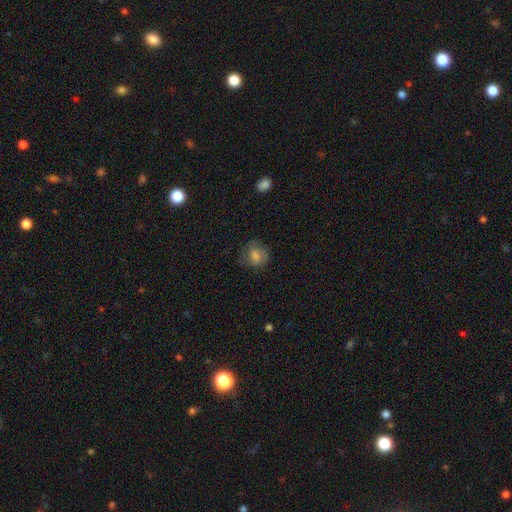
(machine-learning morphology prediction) Smooth or featured? Predicted: smooth (p=0.71). How rounded? Predicted: round (p=0.71). Merging? Predicted: none (p=0.66).